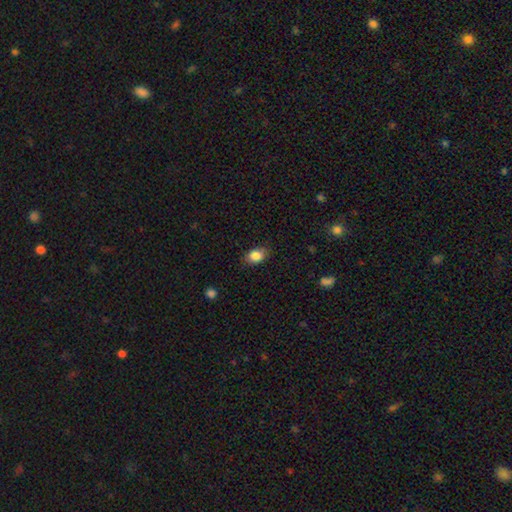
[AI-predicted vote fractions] smooth 86%, star or artifact 9%, featured or disk 6%. Down the decision tree: how rounded — in between (76%); merging — none (81%).